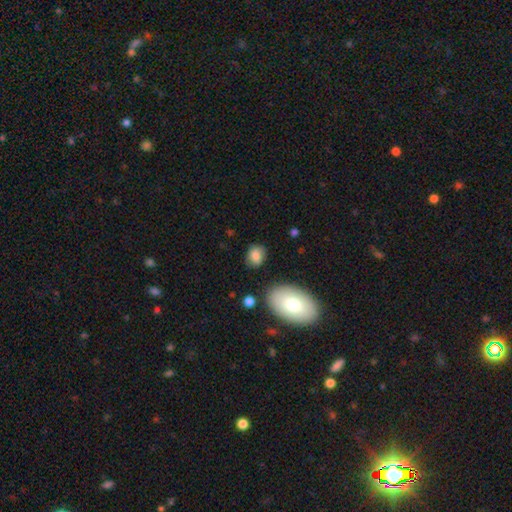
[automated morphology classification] Smooth or featured?
  - smooth: 82% *
  - featured or disk: 9%
  - star or artifact: 9%
How rounded?
  - in between: 62% *
  - round: 36%
  - cigar-shaped: 1%
Merging?
  - none: 75% *
  - minor disturbance: 17%
  - major disturbance: 5%
  - merger: 3%